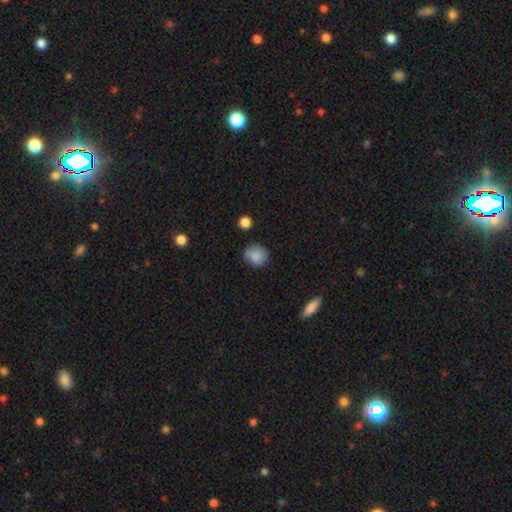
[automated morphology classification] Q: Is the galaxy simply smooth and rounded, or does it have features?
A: smooth — 82%.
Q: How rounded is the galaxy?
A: round — 85%.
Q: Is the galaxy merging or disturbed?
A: none — 75%.